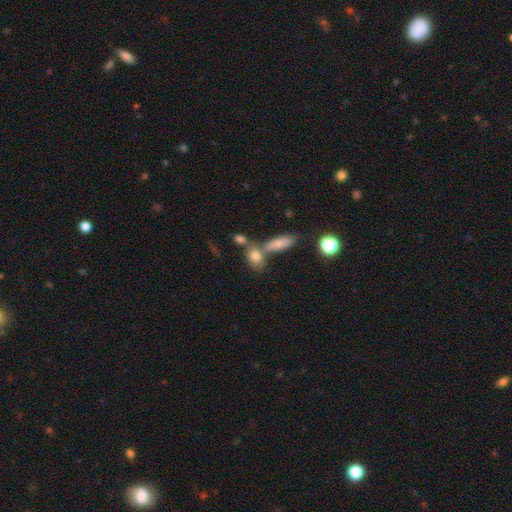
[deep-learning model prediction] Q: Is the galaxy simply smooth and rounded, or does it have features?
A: smooth — 76%.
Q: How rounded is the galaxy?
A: in between — 67%.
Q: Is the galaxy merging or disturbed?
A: none — 43%.